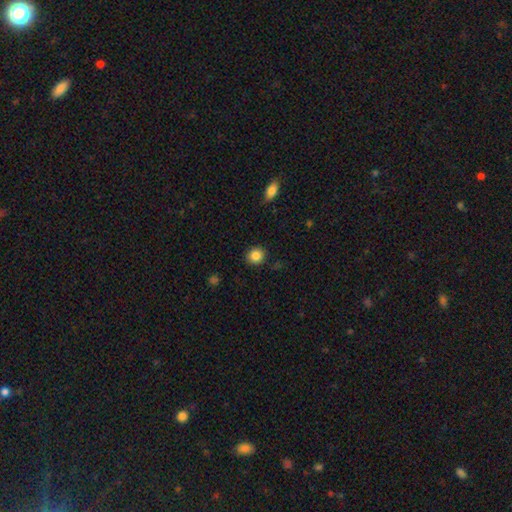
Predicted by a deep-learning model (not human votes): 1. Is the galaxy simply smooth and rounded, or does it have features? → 86% smooth, 10% star or artifact, 5% featured or disk.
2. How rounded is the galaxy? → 86% round, 13% in between, 1% cigar-shaped.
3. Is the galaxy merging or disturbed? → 90% none, 7% minor disturbance, 2% major disturbance, 1% merger.